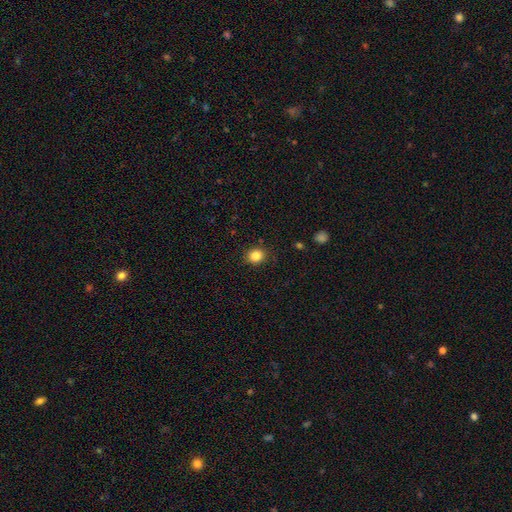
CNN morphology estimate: Overall: smooth (85%). How rounded: round (73%). Merging: none (89%).